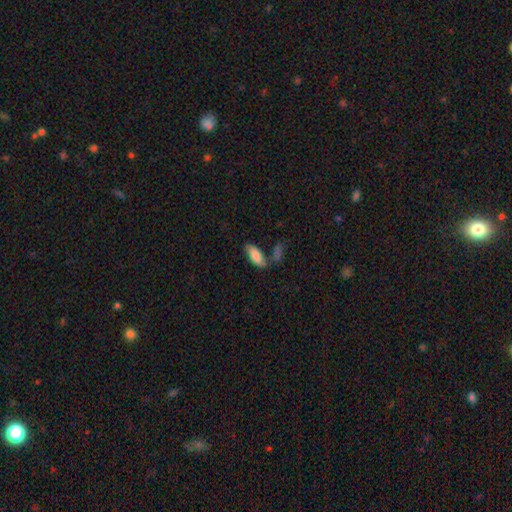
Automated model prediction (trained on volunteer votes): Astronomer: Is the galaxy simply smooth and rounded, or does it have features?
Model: smooth — 79%.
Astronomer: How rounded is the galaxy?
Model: in between — 80%.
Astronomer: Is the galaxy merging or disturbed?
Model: none — 53%.